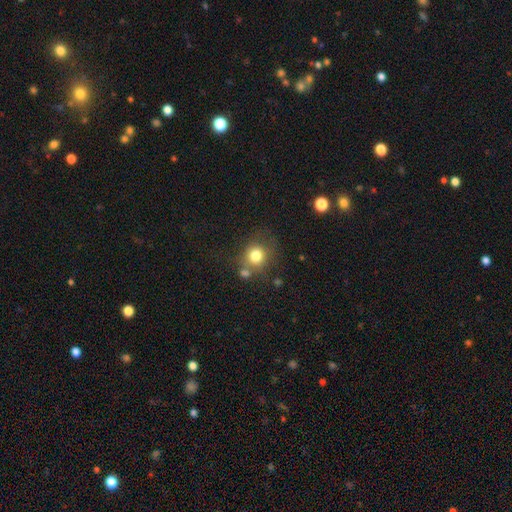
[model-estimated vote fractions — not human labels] This is likely a smooth galaxy (79%). How rounded: clearly round (82%). Merging: likely none (62%).